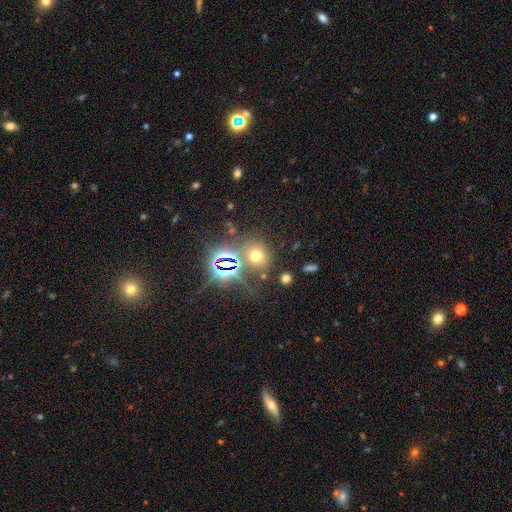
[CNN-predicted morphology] Smooth or featured? smooth (53%)
How rounded? round (74%)
Merging? none (72%)